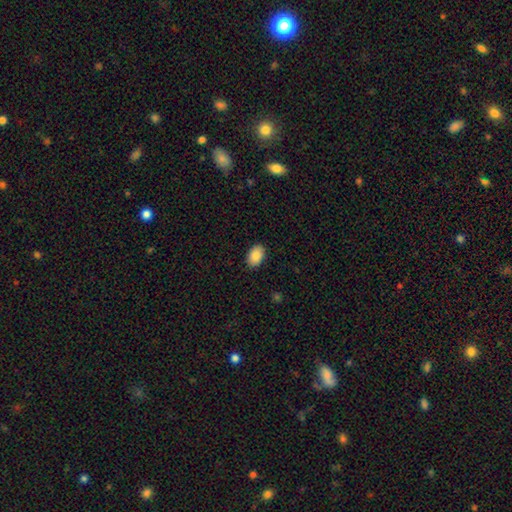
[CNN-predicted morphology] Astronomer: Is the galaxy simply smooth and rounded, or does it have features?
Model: smooth — 88%.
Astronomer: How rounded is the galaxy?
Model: in between — 88%.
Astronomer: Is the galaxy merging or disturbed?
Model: none — 89%.